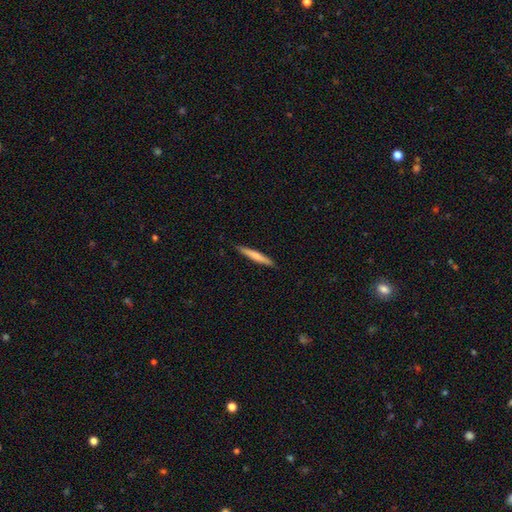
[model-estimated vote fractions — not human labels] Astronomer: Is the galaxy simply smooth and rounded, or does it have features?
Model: smooth — 66%.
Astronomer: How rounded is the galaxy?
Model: cigar-shaped — 95%.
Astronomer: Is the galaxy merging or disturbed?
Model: none — 90%.